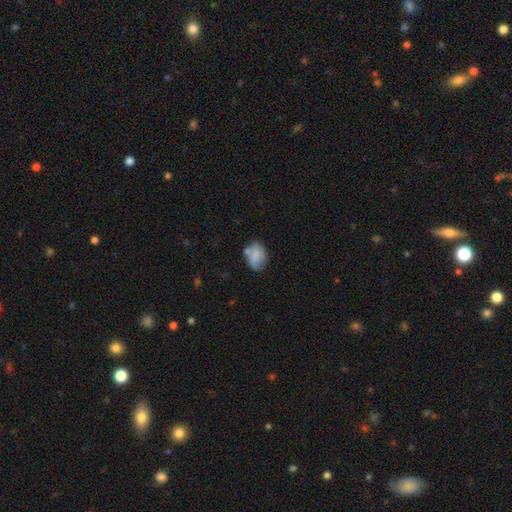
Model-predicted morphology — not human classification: Overall: smooth (79%). How rounded: in between (73%). Merging: none (57%; minor disturbance 24%).